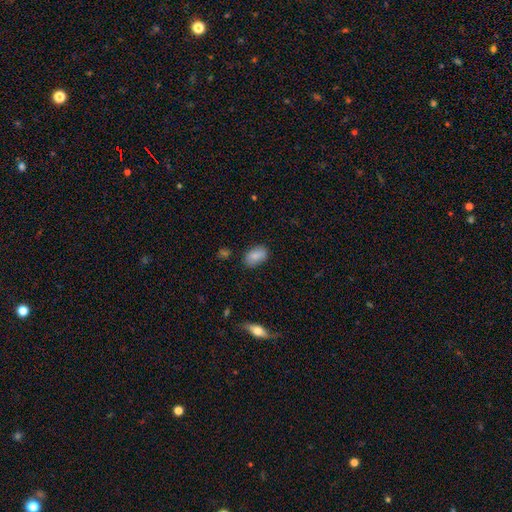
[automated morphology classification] smooth-or-featured: smooth: 85% | featured or disk: 8% | star or artifact: 8%
  how-rounded: in between: 90% | round: 9% | cigar-shaped: 2%
  merging: none: 81% | minor disturbance: 14% | major disturbance: 3% | merger: 2%